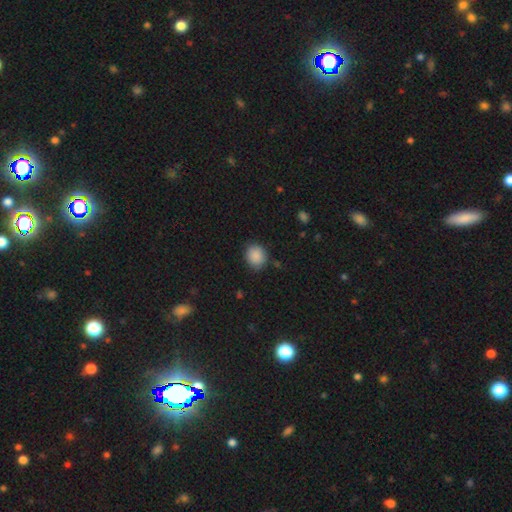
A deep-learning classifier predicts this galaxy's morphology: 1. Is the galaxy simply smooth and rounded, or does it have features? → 88% smooth, 8% star or artifact, 4% featured or disk.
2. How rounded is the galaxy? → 72% round, 27% in between, 1% cigar-shaped.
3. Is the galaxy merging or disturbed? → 83% none, 13% minor disturbance, 3% major disturbance, 2% merger.